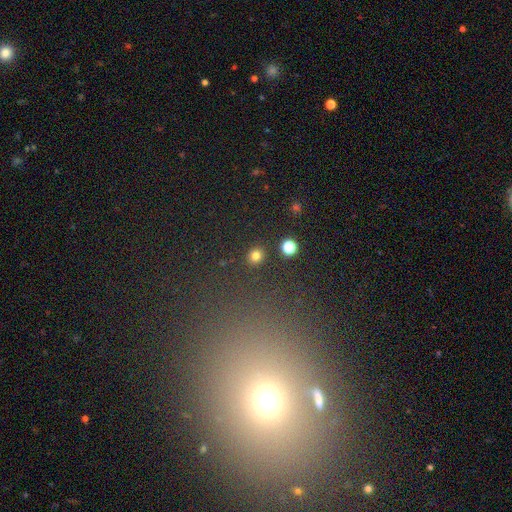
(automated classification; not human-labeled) smooth_or_featured: smooth (p=0.80) [alt: star or artifact p=0.15]
how_rounded: round (p=0.83) [alt: in between p=0.16]
merging: none (p=0.89) [alt: minor disturbance p=0.06]